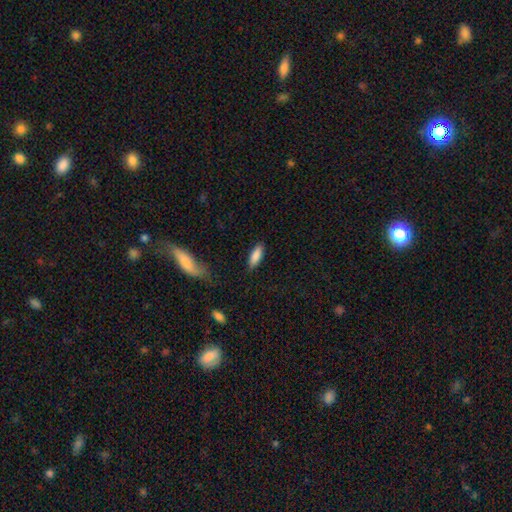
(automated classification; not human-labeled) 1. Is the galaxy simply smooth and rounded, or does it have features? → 85% smooth, 9% featured or disk, 6% star or artifact.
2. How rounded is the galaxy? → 58% in between, 41% cigar-shaped, 2% round.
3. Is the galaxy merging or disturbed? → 82% none, 13% minor disturbance, 3% major disturbance, 2% merger.